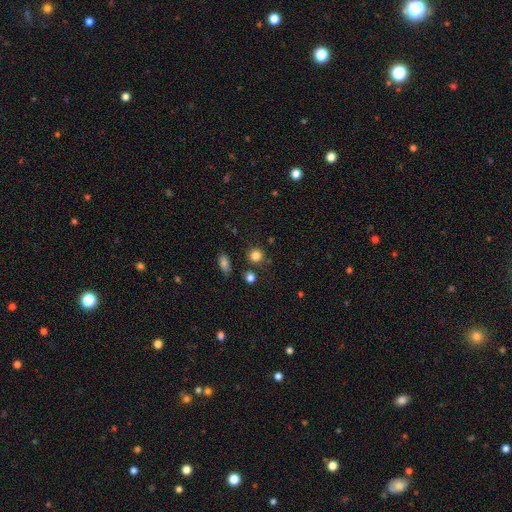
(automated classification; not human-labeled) A smooth galaxy with no disk features (83%) that is round (89%).

Vote fractions:
- Smooth or featured? smooth: 83% / star or artifact: 12% / featured or disk: 5%
- How rounded? round: 89% / in between: 10% / cigar-shaped: 1%
- Merging? none: 83% / minor disturbance: 8% / merger: 6% / major disturbance: 3%